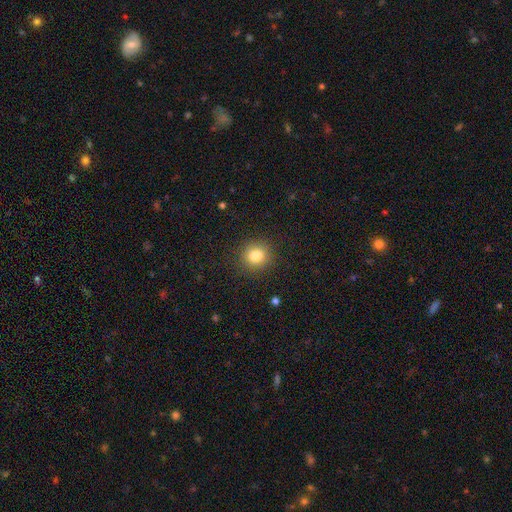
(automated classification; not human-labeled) Smooth or featured: smooth — 83% (star or artifact — 11%)
How rounded: round — 87% (in between — 12%)
Merging: none — 89% (minor disturbance — 7%)